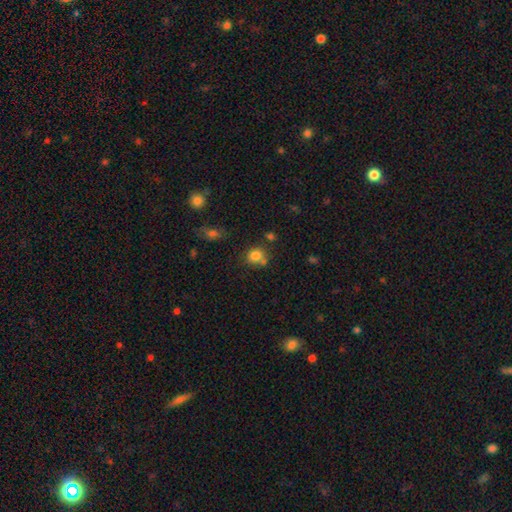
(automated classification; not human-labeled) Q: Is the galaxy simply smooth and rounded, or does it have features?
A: smooth — 81%.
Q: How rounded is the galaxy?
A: round — 77%.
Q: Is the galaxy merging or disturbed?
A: none — 61%.